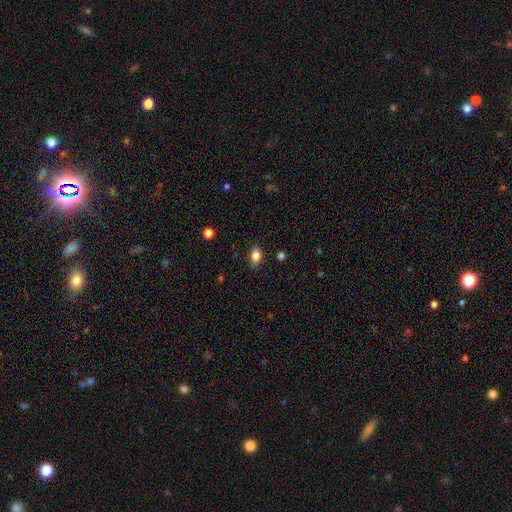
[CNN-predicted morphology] A smooth galaxy with no disk features (82%) that is in between round and cigar-shaped (85%). Merging: none (83%).